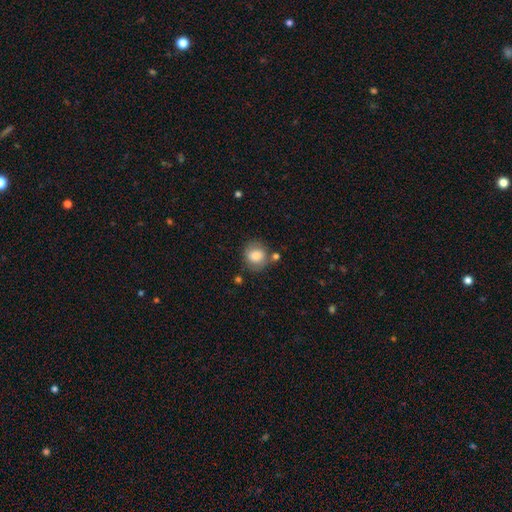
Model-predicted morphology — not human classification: smooth_or_featured: smooth (p=0.80) [alt: featured or disk p=0.11]
how_rounded: round (p=0.82) [alt: in between p=0.17]
merging: none (p=0.72) [alt: minor disturbance p=0.15]